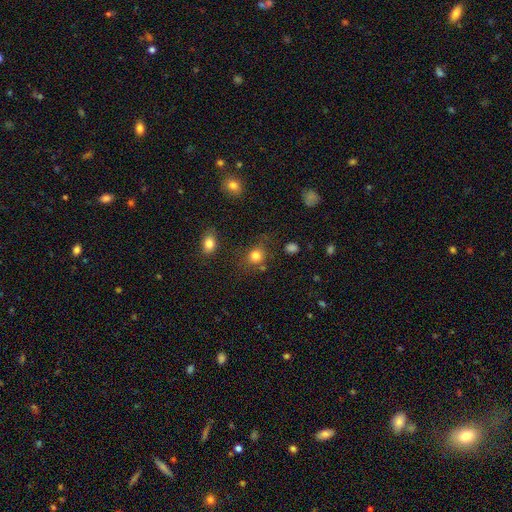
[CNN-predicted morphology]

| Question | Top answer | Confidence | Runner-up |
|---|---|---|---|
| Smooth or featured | smooth | 81% | star or artifact (13%) |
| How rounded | round | 75% | in between (24%) |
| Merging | none | 68% | minor disturbance (18%) |